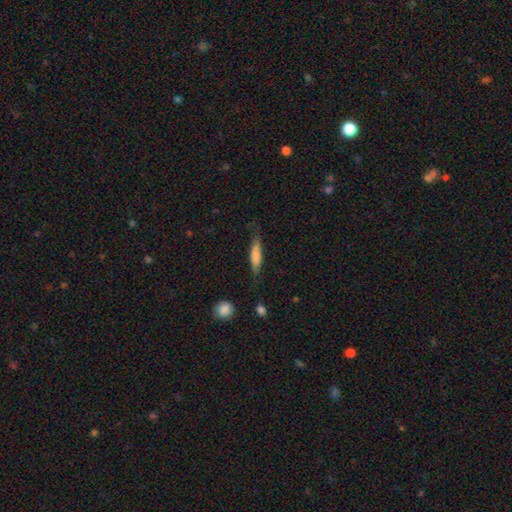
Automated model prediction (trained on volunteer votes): smooth-or-featured: smooth: 75% | featured or disk: 19% | star or artifact: 6%
  how-rounded: cigar-shaped: 75% | in between: 23% | round: 2%
  merging: none: 67% | minor disturbance: 24% | major disturbance: 7% | merger: 2%